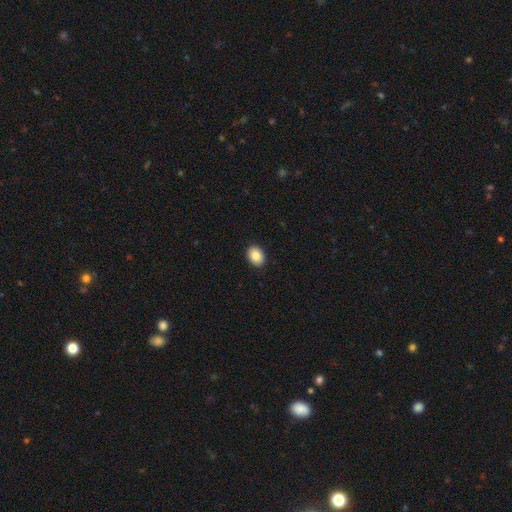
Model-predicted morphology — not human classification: smooth 88%, star or artifact 8%, featured or disk 5%. Down the decision tree: how rounded — in between (71%); merging — none (91%).